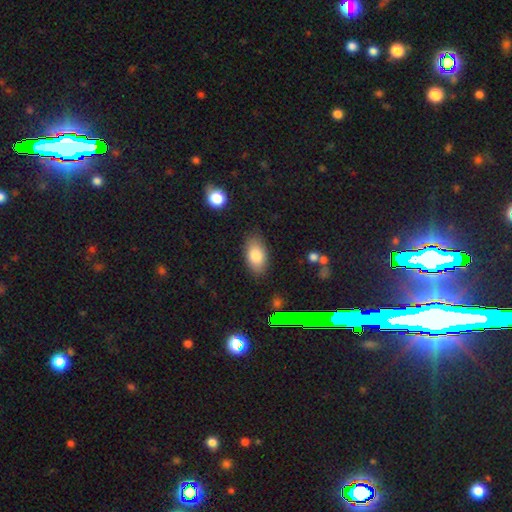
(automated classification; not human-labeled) A smooth galaxy with no disk features (81%) that is in between round and cigar-shaped (92%). Merging: none (83%).